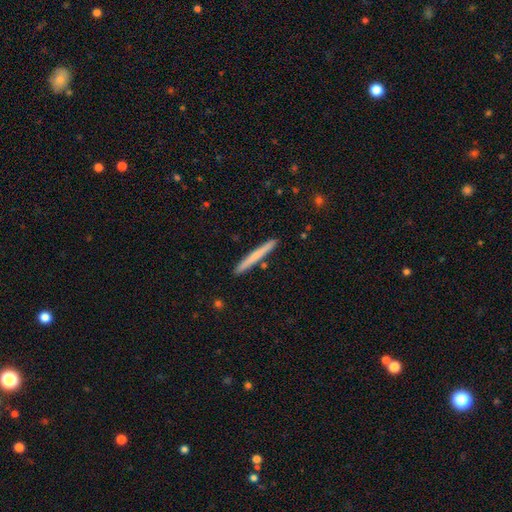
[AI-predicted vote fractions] Overall: smooth (64%; featured or disk 31%). How rounded: cigar-shaped (97%). Merging: none (91%).